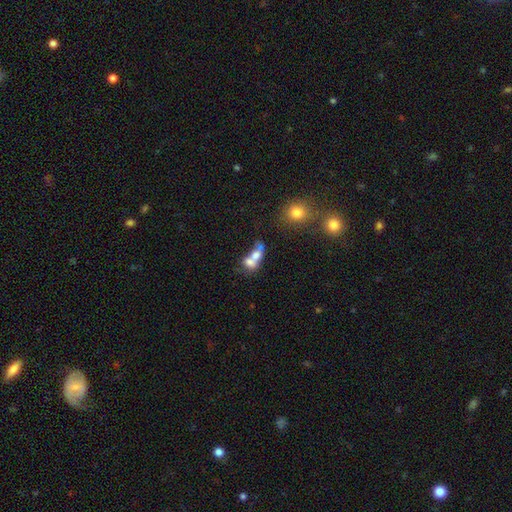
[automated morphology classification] Q: Smooth or featured?
A: smooth (61%); runner-up: featured or disk (28%)
Q: How rounded?
A: in between (60%); runner-up: round (34%)
Q: Merging?
A: merger (70%); runner-up: none (16%)